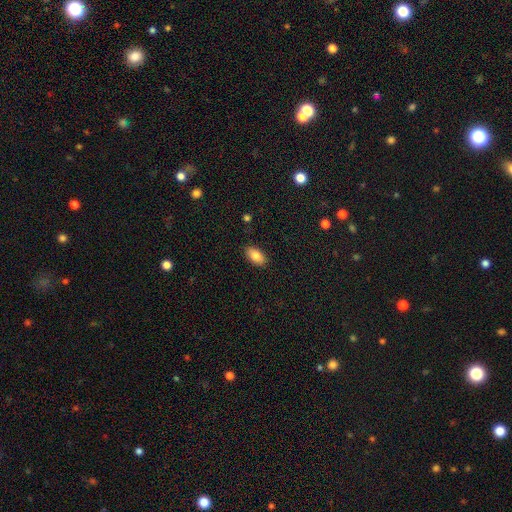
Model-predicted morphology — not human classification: This appears to be a smooth galaxy with no disk features (82%) that is in between round and cigar-shaped (93%). Merging: none (88%).